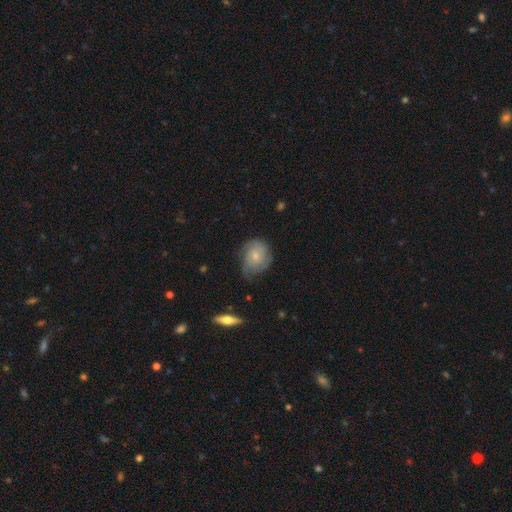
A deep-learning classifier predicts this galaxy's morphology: smooth 48%, featured or disk 45%, star or artifact 7%. Down the decision tree: merging — none (50%).